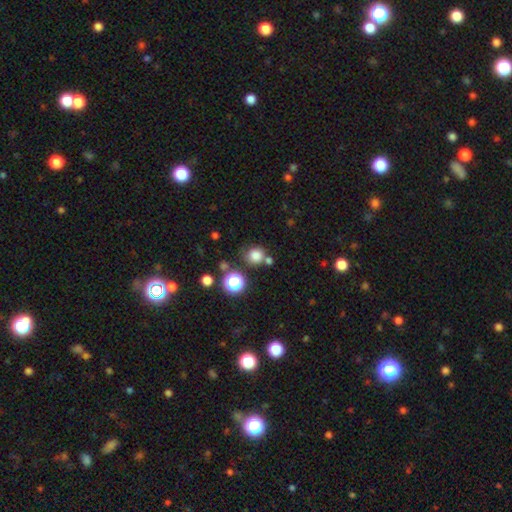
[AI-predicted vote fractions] smooth-or-featured: smooth: 78% | star or artifact: 16% | featured or disk: 6%
  how-rounded: round: 90% | in between: 9% | cigar-shaped: 1%
  merging: none: 70% | merger: 14% | minor disturbance: 12% | major disturbance: 5%